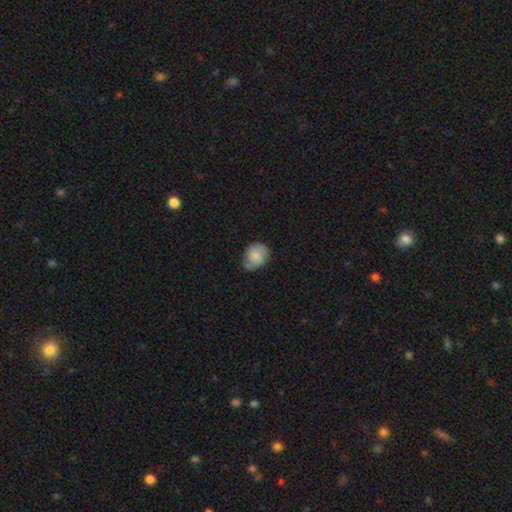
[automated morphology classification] type=smooth (70%); roundness=round (50%); merging=none (63%).